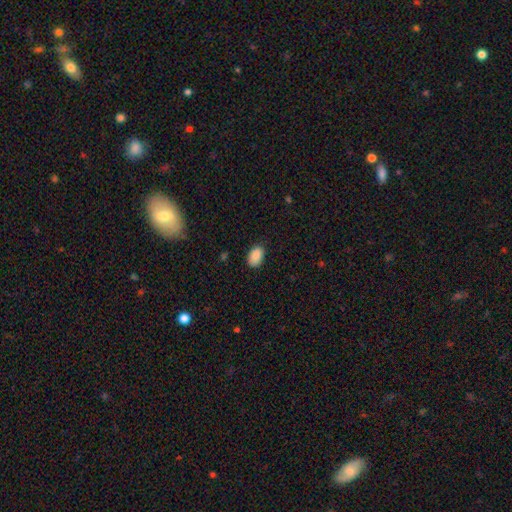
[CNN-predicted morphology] smooth-or-featured: smooth: 89% | star or artifact: 8% | featured or disk: 4%
  how-rounded: in between: 89% | round: 10% | cigar-shaped: 1%
  merging: none: 84% | minor disturbance: 12% | major disturbance: 2% | merger: 1%